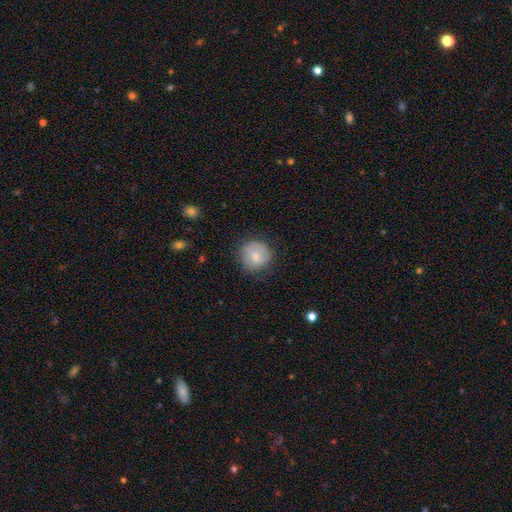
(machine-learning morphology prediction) smooth 76%, featured or disk 17%, star or artifact 7%. Down the decision tree: how rounded — round (91%); merging — none (76%).